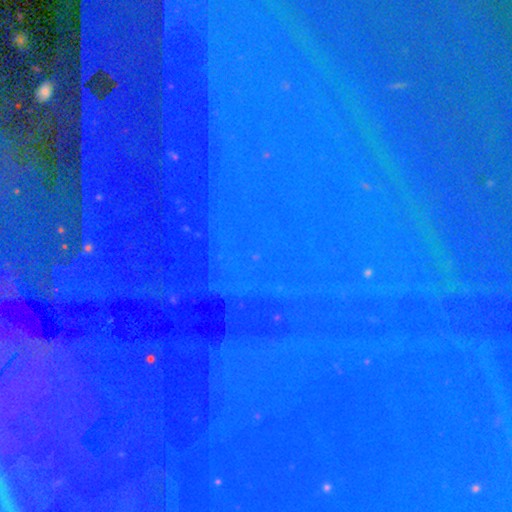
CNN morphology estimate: Overall: star or artifact (86%).